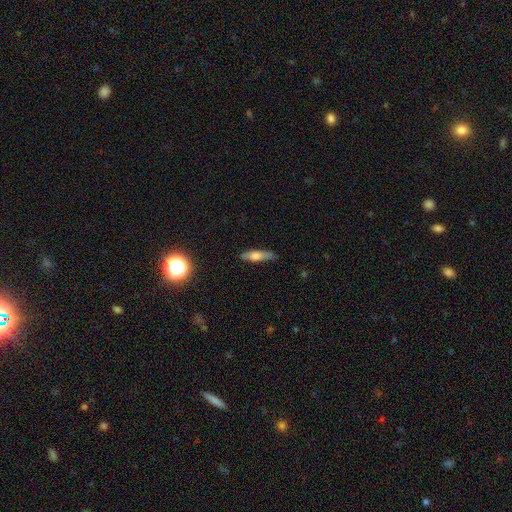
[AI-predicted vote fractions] smooth_or_featured: smooth (p=0.61) [alt: featured or disk p=0.30]
how_rounded: cigar-shaped (p=0.67) [alt: in between p=0.30]
merging: none (p=0.78) [alt: minor disturbance p=0.17]